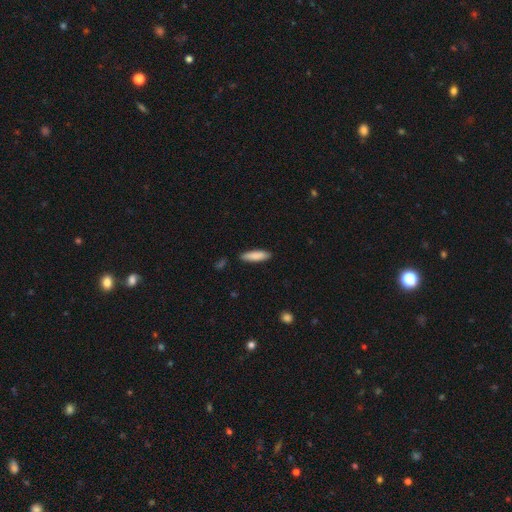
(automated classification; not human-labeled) Morphology: type=smooth (87%); roundness=cigar-shaped (68%); merging=none (88%).